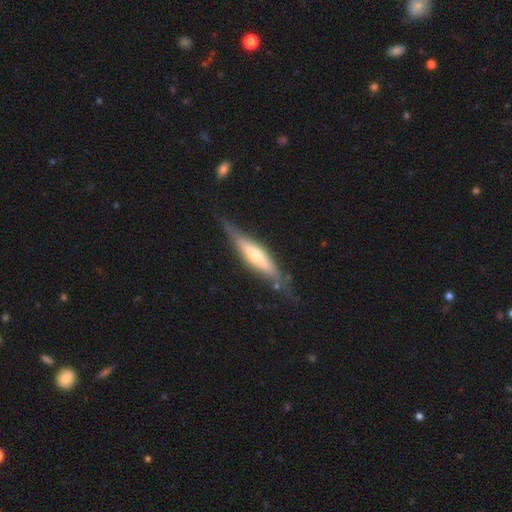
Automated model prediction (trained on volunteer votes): The model was most divided on "smooth or featured": featured or disk: 66%, smooth: 29%, star or artifact: 6%. More confident: edge-on disk — yes (91%); merging — none (75%); edge-on bulge — rounded (74%).